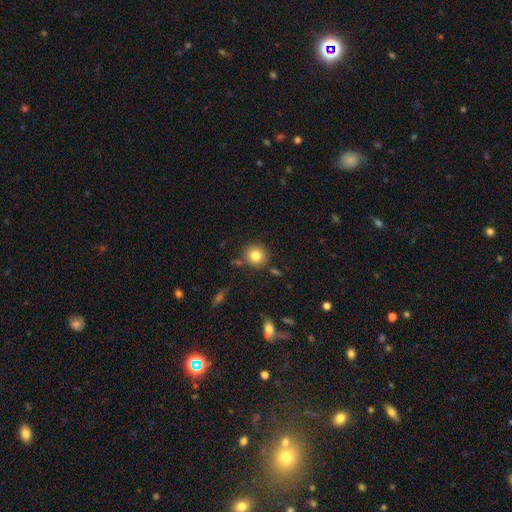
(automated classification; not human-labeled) This is clearly a smooth galaxy (82%). How rounded: clearly round (90%). Merging: clearly none (82%).